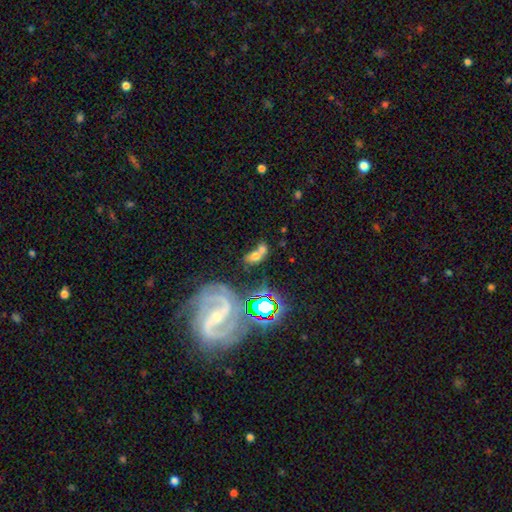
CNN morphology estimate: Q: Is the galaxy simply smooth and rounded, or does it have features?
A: smooth — 52%.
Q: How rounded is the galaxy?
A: in between — 73%.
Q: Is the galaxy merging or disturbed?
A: merger — 59%.